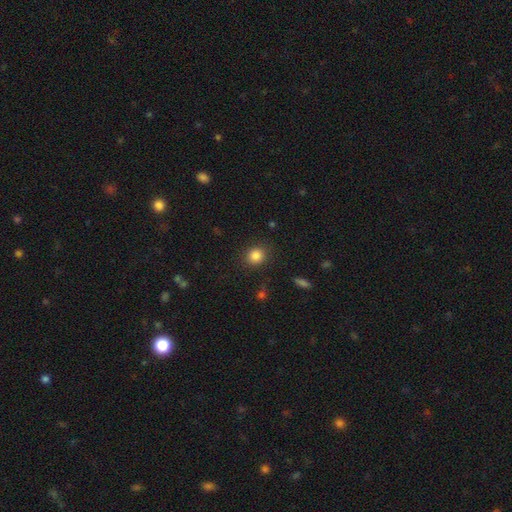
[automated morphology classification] smooth_or_featured: smooth (p=0.85) [alt: star or artifact p=0.11]
how_rounded: round (p=0.79) [alt: in between p=0.20]
merging: none (p=0.86) [alt: minor disturbance p=0.09]